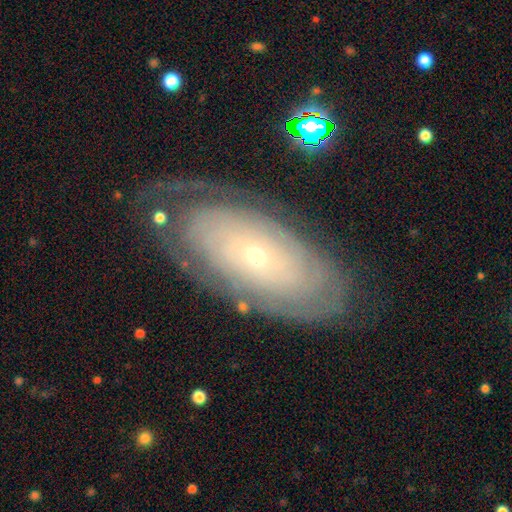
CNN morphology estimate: The model was most divided on "spiral arm count": can't tell: 63%, 2: 11%, more than 4: 9%, 4: 7%, 3: 6%, 1: 4%. More confident: edge-on disk — no (92%); bar — no (86%); spiral winding — tight (84%); spiral arms — yes (81%); bulge size — small (79%); smooth or featured — featured or disk (77%); merging — none (72%).